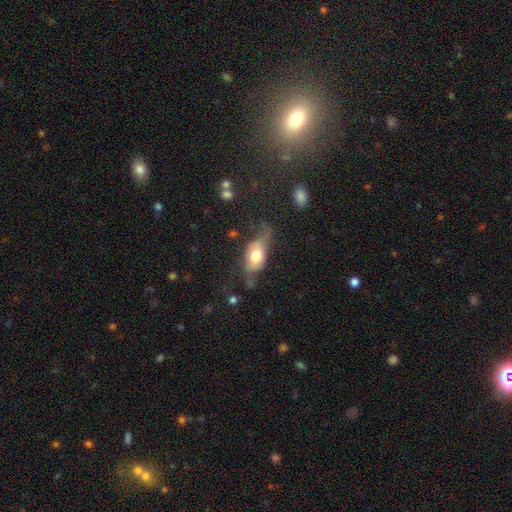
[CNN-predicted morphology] Overall: smooth (62%; featured or disk 30%). How rounded: in between (84%). Merging: none (33%; major disturbance 32%).